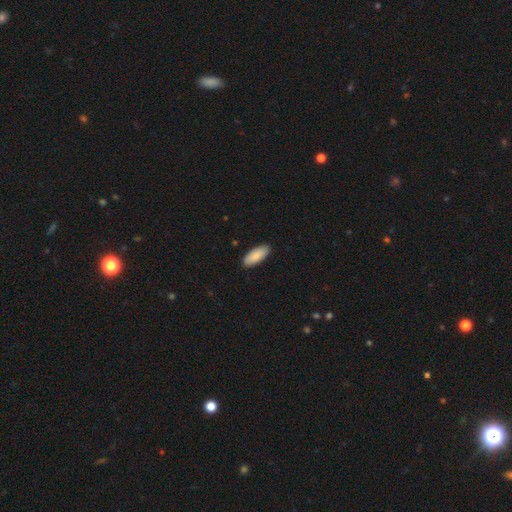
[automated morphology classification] Smooth or featured? Predicted: smooth (p=0.89). How rounded? Predicted: in between (p=0.85). Merging? Predicted: none (p=0.89).